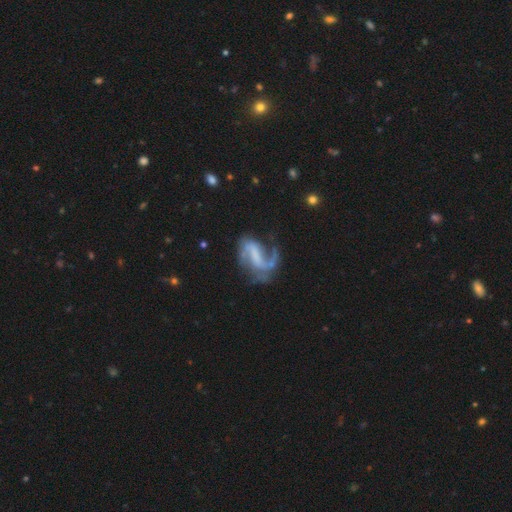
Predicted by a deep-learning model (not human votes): This is clearly a featured or disk galaxy (83%). It is clearly not viewed edge-on (97%). Bar: marginally weak (40%). Spiral arm pattern: clearly yes (93%). Spiral arm count: likely 2 (67%). Spiral winding: possibly loose (53%). Central bulge: possibly none (56%). Merging: possibly none (45%).